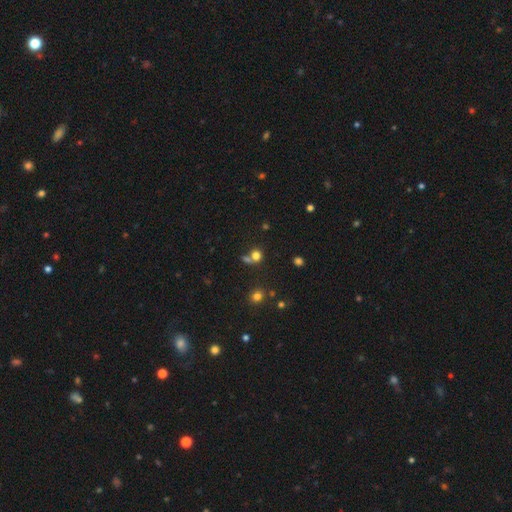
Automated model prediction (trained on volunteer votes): smooth-or-featured: smooth: 73% | star or artifact: 18% | featured or disk: 8%
  how-rounded: round: 84% | in between: 15% | cigar-shaped: 1%
  merging: none: 53% | merger: 32% | minor disturbance: 9% | major disturbance: 6%